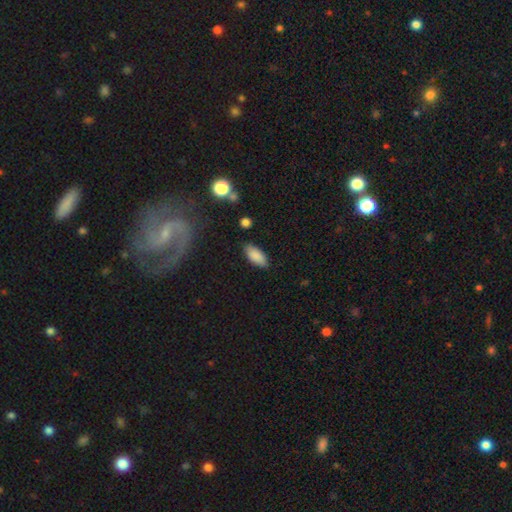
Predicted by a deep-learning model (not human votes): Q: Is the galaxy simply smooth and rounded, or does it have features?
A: smooth — 88%.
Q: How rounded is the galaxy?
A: in between — 87%.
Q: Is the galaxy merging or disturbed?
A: none — 83%.